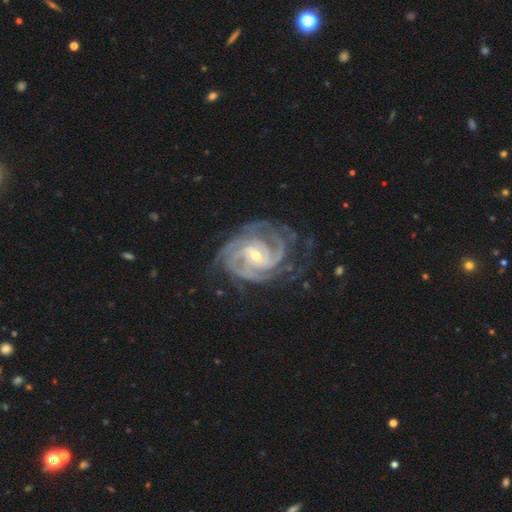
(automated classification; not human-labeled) The model was most divided on "spiral arm count": 3: 31%, 4: 24%, 2: 16%, can't tell: 15%, more than 4: 7%, 1: 7%. Remaining: spiral arms — yes (99%); edge-on disk — no (98%); smooth or featured — featured or disk (93%); spiral winding — tight (69%); merging — none (68%); bulge size — small (56%); bar — weak (47%).